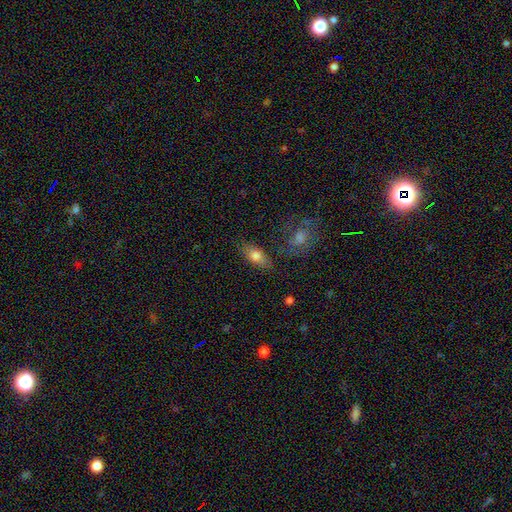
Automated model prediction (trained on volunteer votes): Q: Smooth or featured?
A: smooth (74%); runner-up: featured or disk (18%)
Q: How rounded?
A: in between (82%); runner-up: cigar-shaped (11%)
Q: Merging?
A: none (78%); runner-up: minor disturbance (14%)